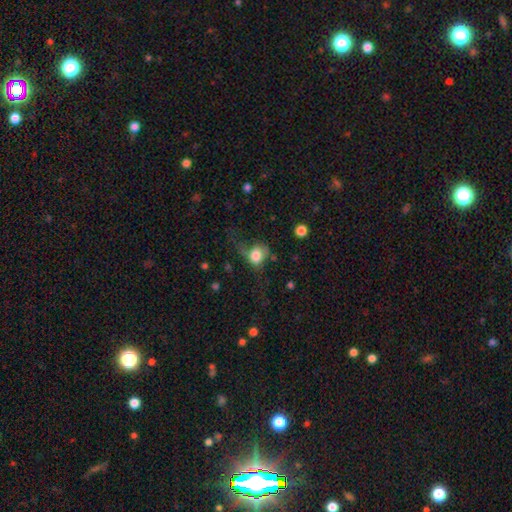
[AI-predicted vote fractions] This appears to be a smooth galaxy with no disk features (74%) that is round (50%). Merging: major disturbance (41%).